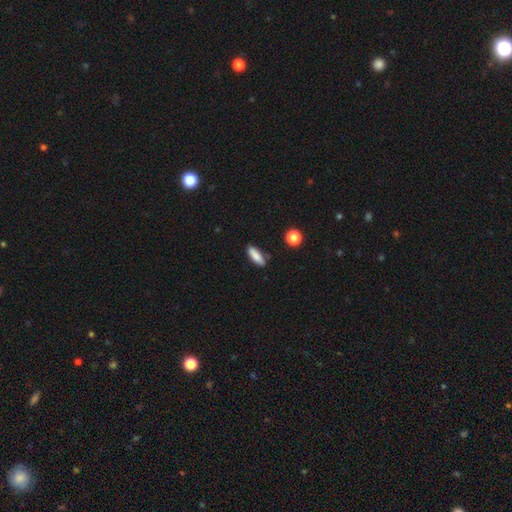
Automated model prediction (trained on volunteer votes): A smooth galaxy with no disk features (84%) that is in between round and cigar-shaped (50%). Merging: none (83%).